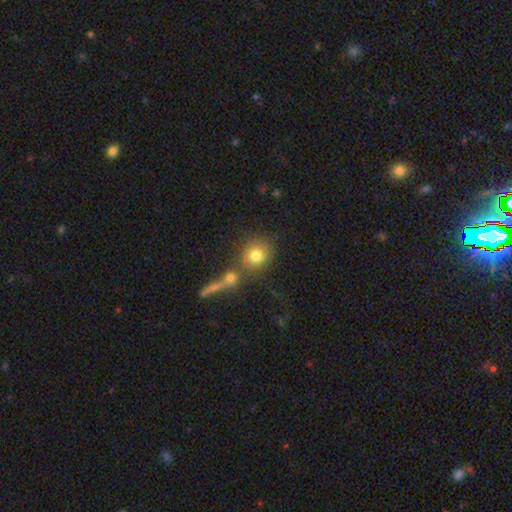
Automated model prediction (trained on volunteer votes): Smooth or featured?
  - smooth: 77% *
  - star or artifact: 12%
  - featured or disk: 11%
How rounded?
  - round: 84% *
  - in between: 14%
  - cigar-shaped: 2%
Merging?
  - none: 59% *
  - merger: 25%
  - minor disturbance: 10%
  - major disturbance: 6%